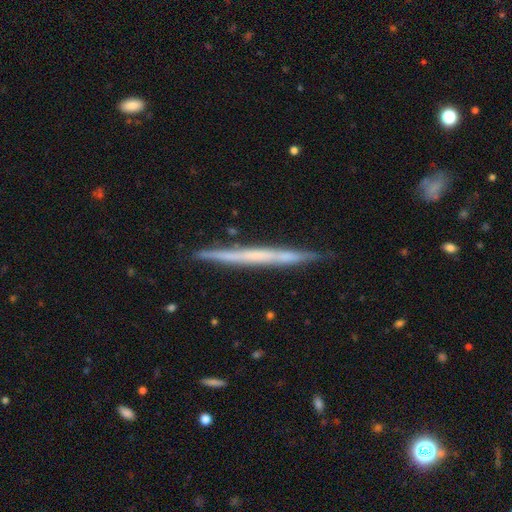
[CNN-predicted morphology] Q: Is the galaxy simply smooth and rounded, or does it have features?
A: featured or disk — 58%.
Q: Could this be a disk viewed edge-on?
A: yes — 97%.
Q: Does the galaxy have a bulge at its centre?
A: none — 89%.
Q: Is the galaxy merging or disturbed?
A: none — 88%.